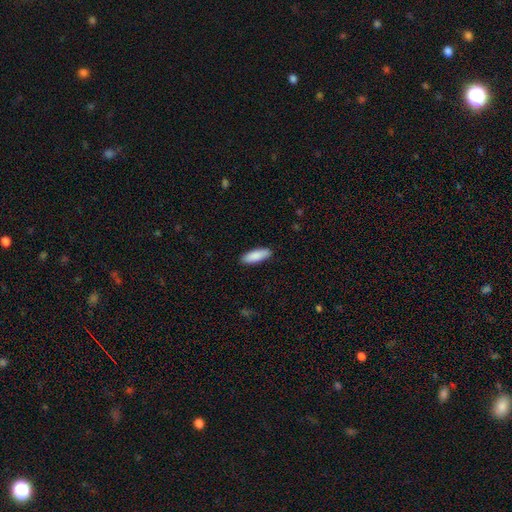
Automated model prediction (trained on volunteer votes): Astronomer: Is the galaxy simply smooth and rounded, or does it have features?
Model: smooth — 89%.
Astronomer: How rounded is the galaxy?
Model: in between — 60% (runner-up: cigar-shaped, 38%).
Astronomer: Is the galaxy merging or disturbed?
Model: none — 90%.